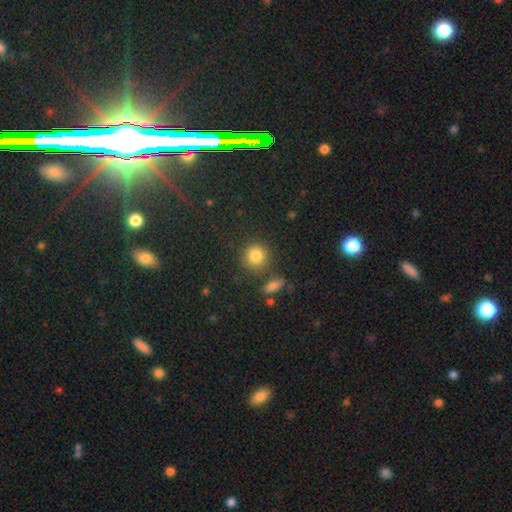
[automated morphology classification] A smooth galaxy with no disk features (83%) that is round (88%).

Vote fractions:
- Smooth or featured? smooth: 83% / star or artifact: 11% / featured or disk: 6%
- How rounded? round: 88% / in between: 10% / cigar-shaped: 1%
- Merging? none: 78% / minor disturbance: 10% / merger: 8% / major disturbance: 4%